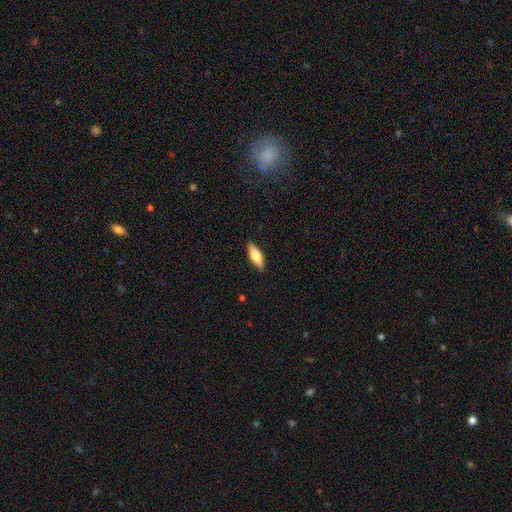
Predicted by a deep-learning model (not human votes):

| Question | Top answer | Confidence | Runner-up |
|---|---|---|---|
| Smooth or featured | smooth | 73% | featured or disk (21%) |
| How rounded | in between | 65% | cigar-shaped (33%) |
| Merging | none | 89% | minor disturbance (8%) |